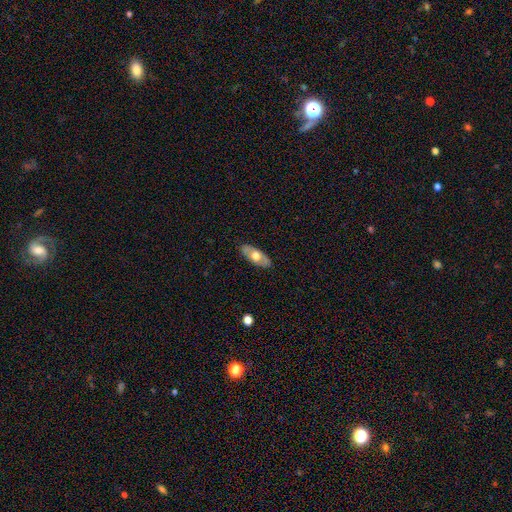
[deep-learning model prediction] Overall: smooth (51%; featured or disk 43%). How rounded: in between (85%). Merging: none (85%).